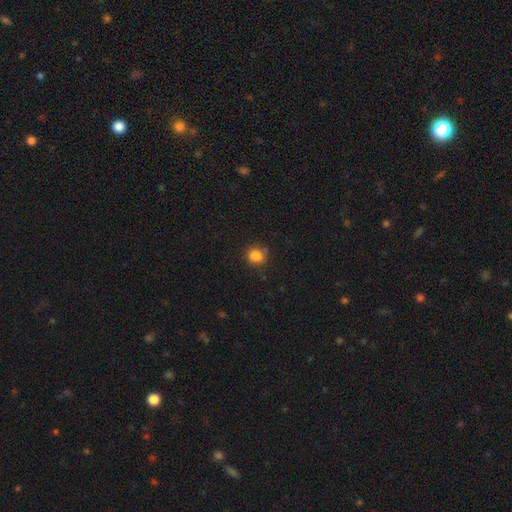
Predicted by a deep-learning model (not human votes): Q: Smooth or featured?
A: smooth (84%); runner-up: star or artifact (11%)
Q: How rounded?
A: round (63%); runner-up: in between (35%)
Q: Merging?
A: none (73%); runner-up: minor disturbance (17%)